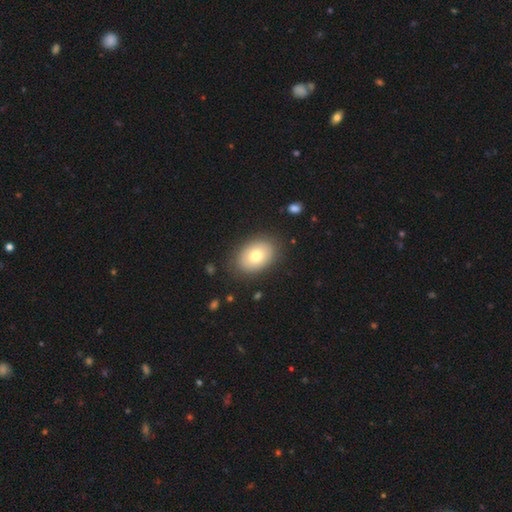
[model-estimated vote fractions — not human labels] smooth 73%, featured or disk 19%, star or artifact 8%. Down the decision tree: how rounded — in between (76%); merging — none (86%).